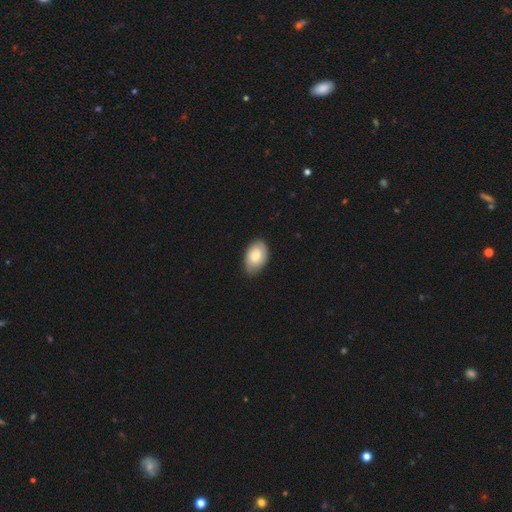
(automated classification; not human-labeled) A smooth galaxy with no disk features (75%) that is in between round and cigar-shaped (91%).

Vote fractions:
- Smooth or featured? smooth: 75% / featured or disk: 19% / star or artifact: 6%
- How rounded? in between: 91% / round: 8% / cigar-shaped: 1%
- Merging? none: 82% / minor disturbance: 14% / major disturbance: 2% / merger: 1%